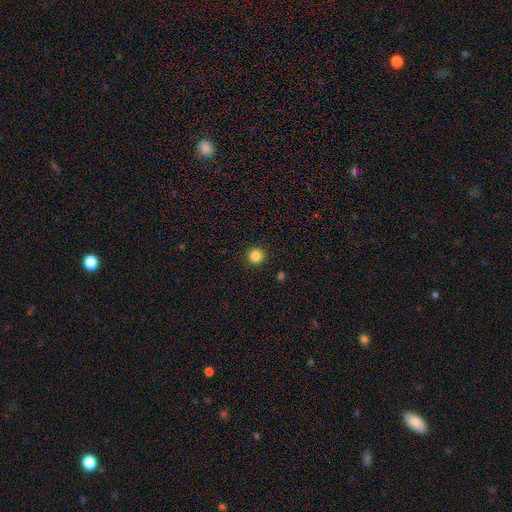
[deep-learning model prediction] Smooth or featured? Predicted: smooth (p=0.85). How rounded? Predicted: round (p=0.96). Merging? Predicted: none (p=0.93).